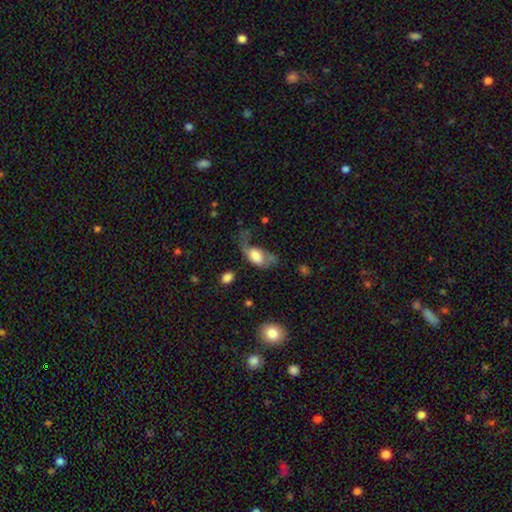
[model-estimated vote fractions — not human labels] Smooth or featured? smooth (56%)
How rounded? in between (88%)
Merging? major disturbance (53%)